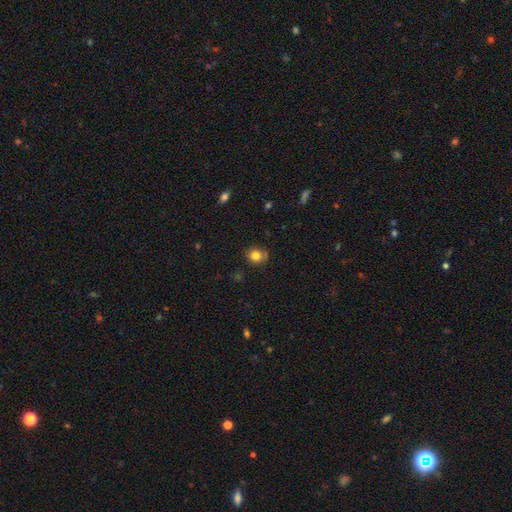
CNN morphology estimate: A smooth galaxy with no disk features (81%) that is round (74%). Merging: none (73%).